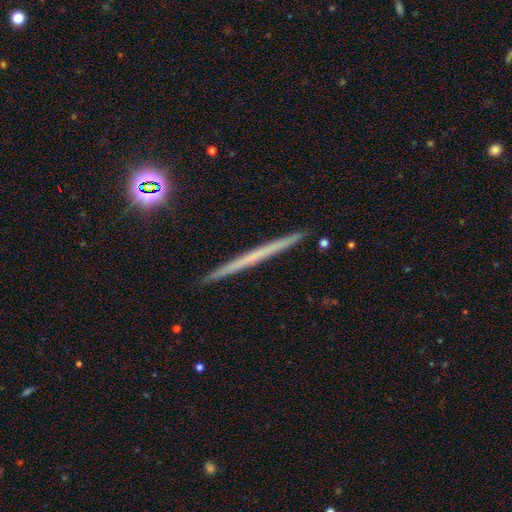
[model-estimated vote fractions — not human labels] smooth_or_featured: featured or disk (p=0.54) [alt: smooth p=0.37]
disk_edge_on: yes (p=0.98) [alt: no p=0.02]
edge_on_bulge: none (p=0.92) [alt: rounded p=0.06]
merging: none (p=0.92) [alt: minor disturbance p=0.05]